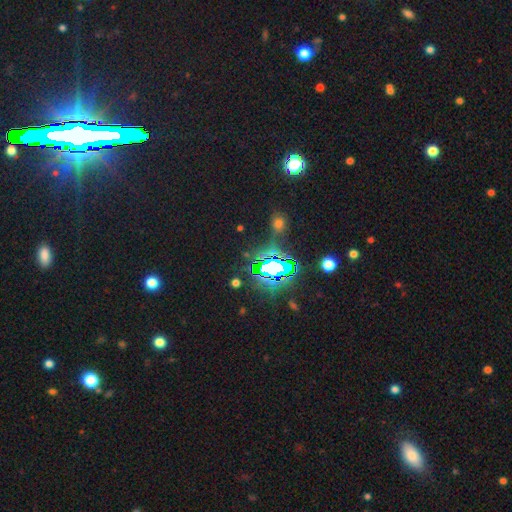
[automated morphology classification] Smooth or featured? star or artifact (78%)